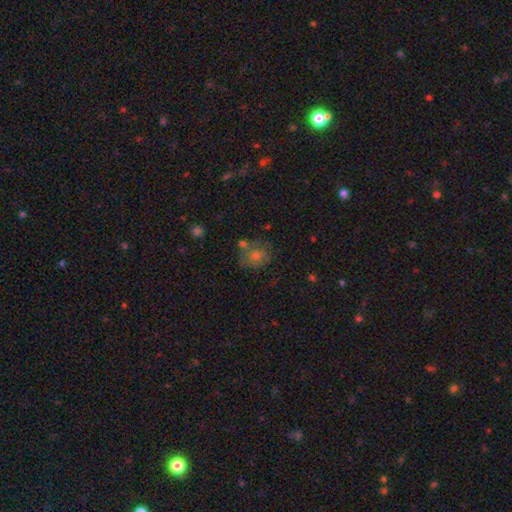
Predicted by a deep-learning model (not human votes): smooth 60%, featured or disk 20%, star or artifact 20%. Down the decision tree: how rounded — round (71%); merging — none (63%).